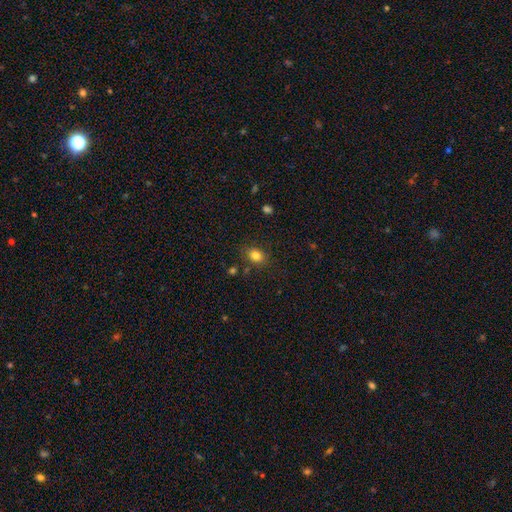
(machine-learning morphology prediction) Smooth or featured: smooth — 82% (star or artifact — 11%)
How rounded: in between — 62% (round — 37%)
Merging: none — 81% (minor disturbance — 12%)